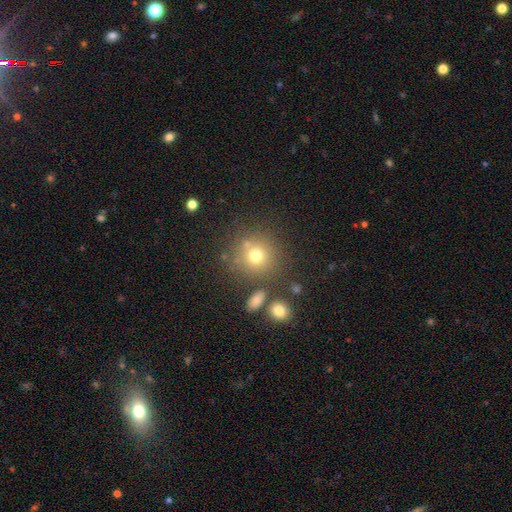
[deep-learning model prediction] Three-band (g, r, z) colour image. It shows a smooth galaxy with no disk features (72%) that is round (91%). Merging: none (75%).